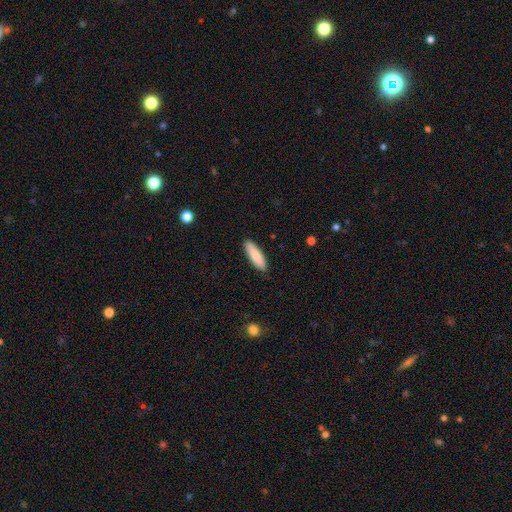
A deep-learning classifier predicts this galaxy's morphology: A smooth galaxy with no disk features (84%) that is cigar-shaped (62%).

Vote fractions:
- Smooth or featured? smooth: 84% / featured or disk: 10% / star or artifact: 6%
- How rounded? cigar-shaped: 62% / in between: 36% / round: 1%
- Merging? none: 87% / minor disturbance: 10% / major disturbance: 2% / merger: 1%